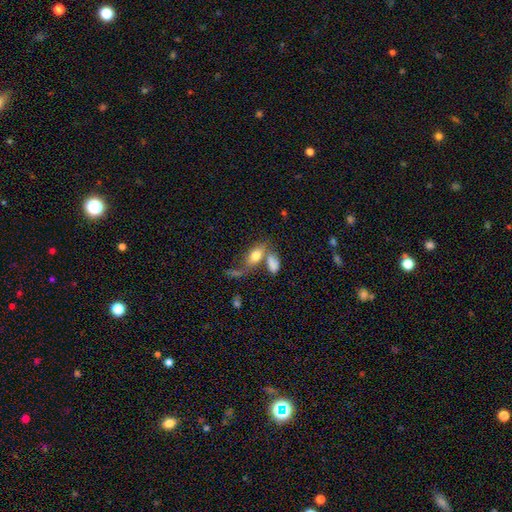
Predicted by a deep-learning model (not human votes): Smooth or featured? smooth (73%)
How rounded? in between (84%)
Merging? merger (41%)